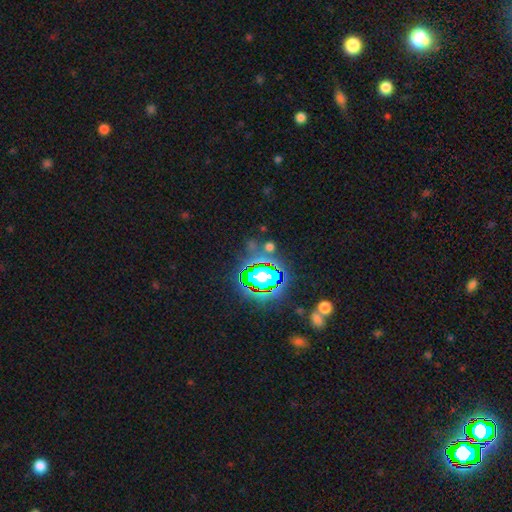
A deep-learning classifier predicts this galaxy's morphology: This is clearly a star or artifact rather than a galaxy (81%).